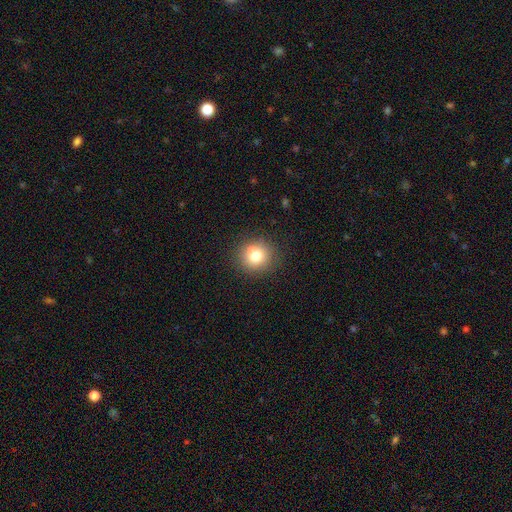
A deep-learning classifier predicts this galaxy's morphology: Smooth or featured: smooth — 72% (featured or disk — 17%)
How rounded: round — 89% (in between — 10%)
Merging: none — 66% (merger — 22%)